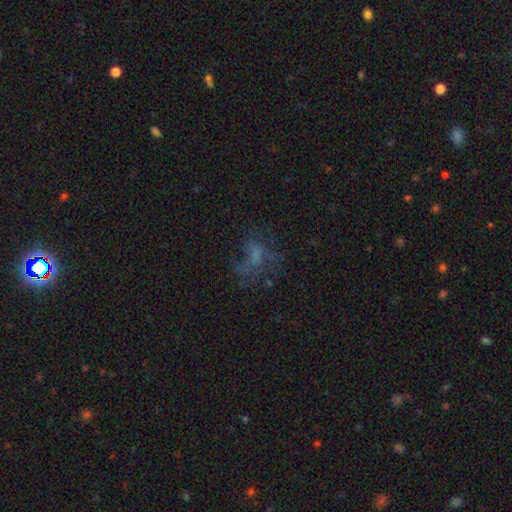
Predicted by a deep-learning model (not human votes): Q: Smooth or featured?
A: featured or disk (39%); runner-up: smooth (32%)
Q: Merging?
A: none (41%); runner-up: major disturbance (39%)